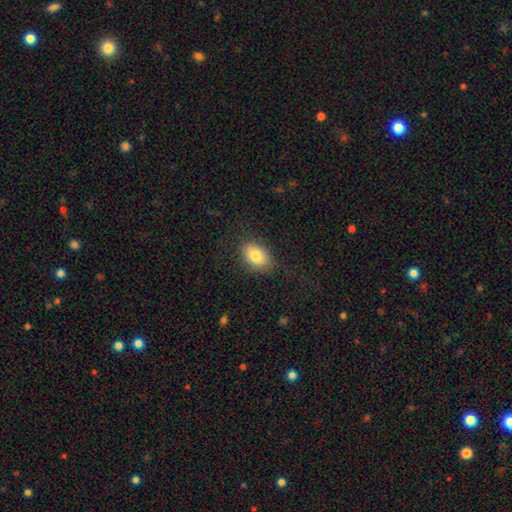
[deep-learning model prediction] Overall: smooth (81%). How rounded: in between (82%). Merging: none (80%).